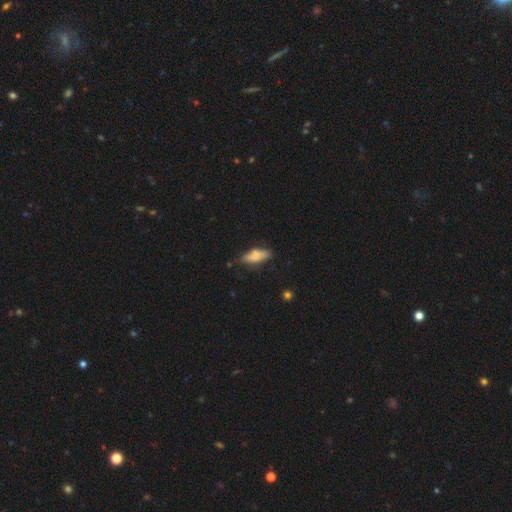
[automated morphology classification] type=smooth (70%); roundness=in between (58%); merging=none (69%).